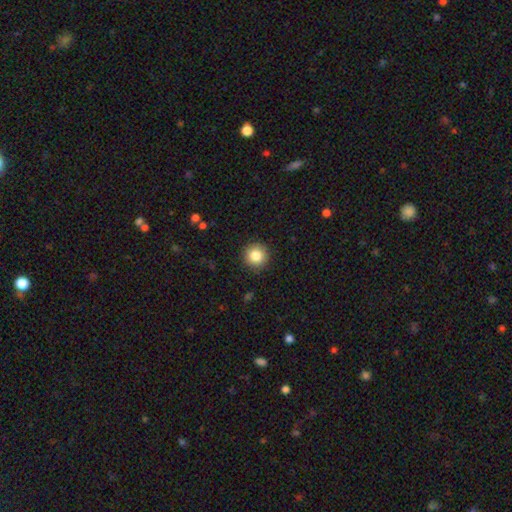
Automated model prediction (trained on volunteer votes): This is clearly a smooth galaxy (84%). How rounded: clearly round (95%). Merging: clearly none (91%).